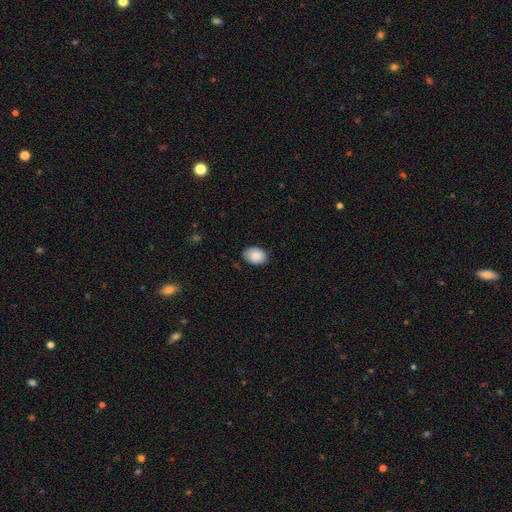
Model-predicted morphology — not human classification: This appears to be a smooth galaxy with no disk features (87%) that is in between round and cigar-shaped (77%). Merging: none (83%).